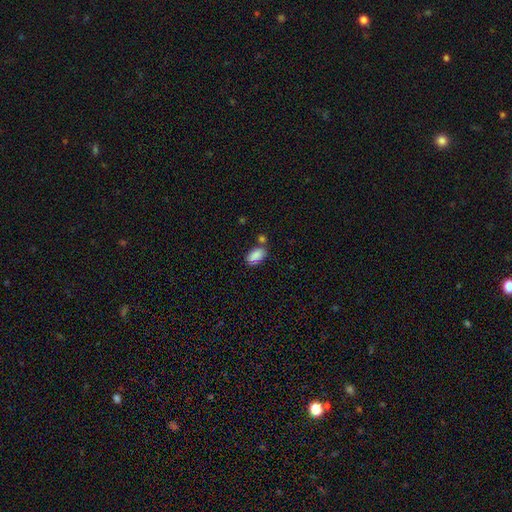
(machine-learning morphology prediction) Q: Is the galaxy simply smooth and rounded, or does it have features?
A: smooth — 87%.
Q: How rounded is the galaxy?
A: in between — 93%.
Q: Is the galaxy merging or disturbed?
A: none — 64%.